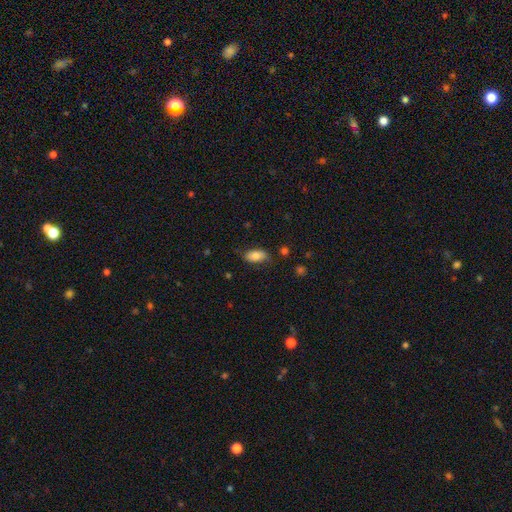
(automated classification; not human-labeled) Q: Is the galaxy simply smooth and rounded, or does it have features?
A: smooth — 81%.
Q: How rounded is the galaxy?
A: in between — 92%.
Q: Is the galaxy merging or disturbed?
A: none — 71%.